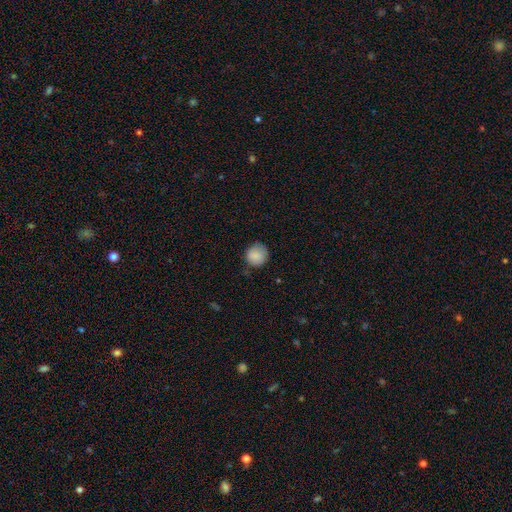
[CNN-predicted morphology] This appears to be a smooth galaxy with no disk features (87%) that is round (90%). Merging: none (76%).